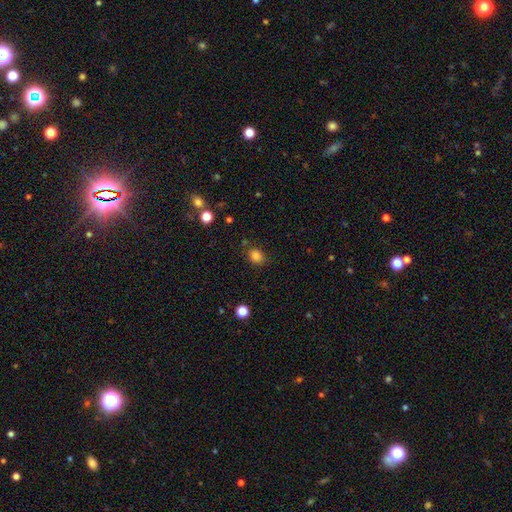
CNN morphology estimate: The model was most divided on "how rounded": round: 53%, in between: 46%, cigar-shaped: 1%. More confident: smooth or featured — smooth (84%); merging — none (79%).